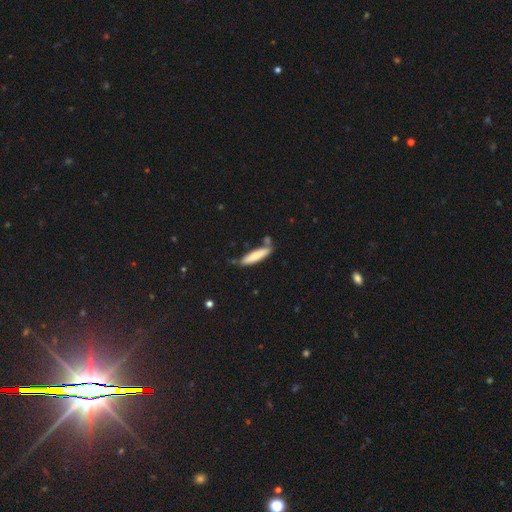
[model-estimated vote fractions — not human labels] Smooth or featured: smooth — 78% (featured or disk — 16%)
How rounded: cigar-shaped — 81% (in between — 17%)
Merging: none — 69% (minor disturbance — 18%)